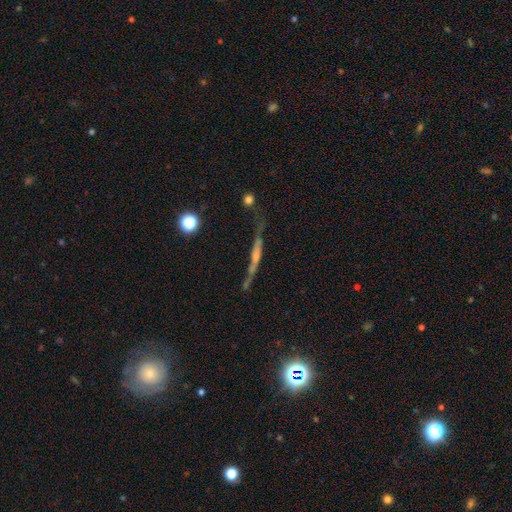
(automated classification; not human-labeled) Smooth or featured: featured or disk — 61% (smooth — 27%)
Edge-on disk: yes — 83% (no — 17%)
Edge-on bulge: none — 44% (rounded — 33%)
Merging: none — 50% (minor disturbance — 23%)